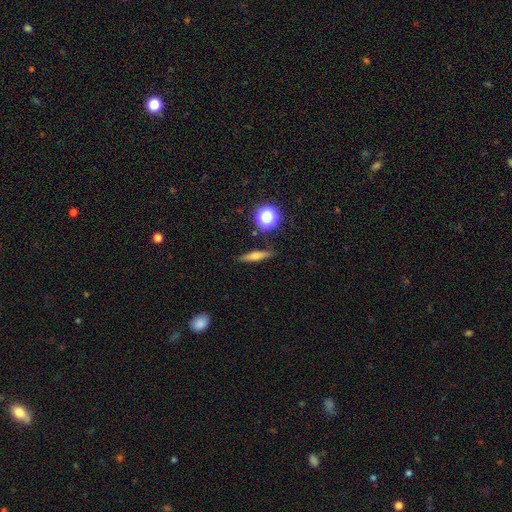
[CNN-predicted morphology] smooth_or_featured: smooth (p=0.50) [alt: featured or disk p=0.39]
merging: none (p=0.87) [alt: minor disturbance p=0.09]